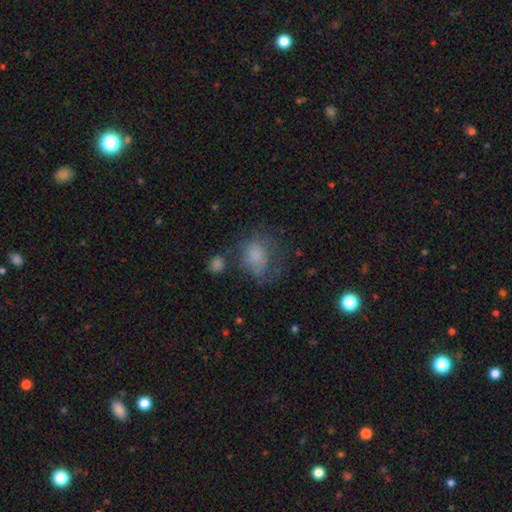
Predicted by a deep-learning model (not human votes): Overall: smooth (68%). How rounded: in between (56%; round 42%). Merging: none (39%; major disturbance 29%).